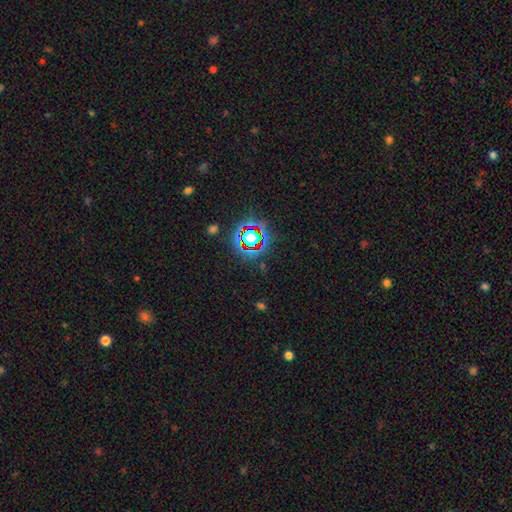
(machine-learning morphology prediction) type=star or artifact (76%).